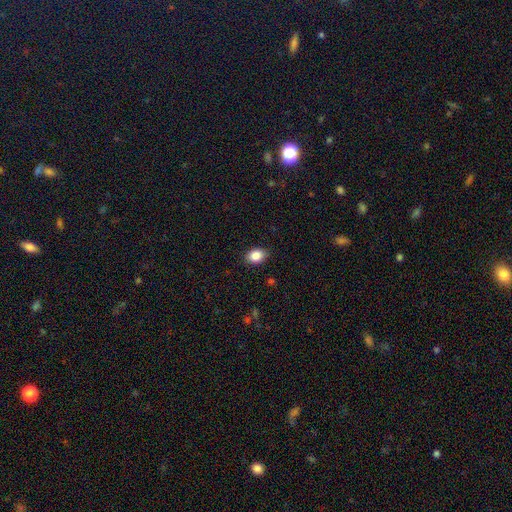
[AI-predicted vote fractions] A smooth galaxy with no disk features (86%) that is in between round and cigar-shaped (70%).

Vote fractions:
- Smooth or featured? smooth: 86% / star or artifact: 9% / featured or disk: 5%
- How rounded? in between: 70% / round: 29% / cigar-shaped: 1%
- Merging? none: 86% / minor disturbance: 11% / major disturbance: 2% / merger: 1%